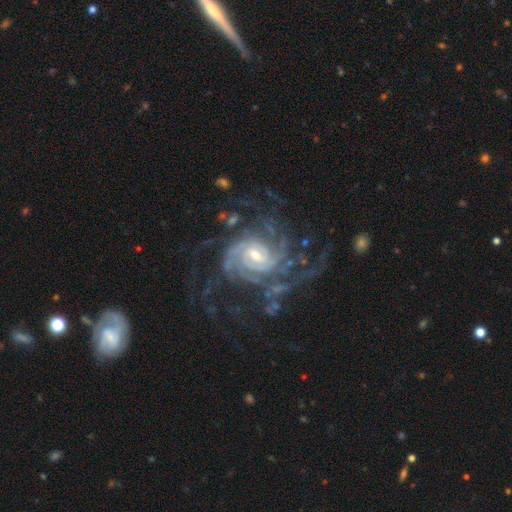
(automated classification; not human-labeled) A featured or disk galaxy (92%) with a weak bar (49%), 4 (23%) tight (65%) spiral arms (98%) and a moderate central bulge (55%).

Vote fractions:
- Smooth or featured? featured or disk: 92% / star or artifact: 5% / smooth: 3%
- Edge-on disk? no: 98% / yes: 2%
- Bar? weak: 49% / no: 32% / strong: 19%
- Spiral arms? yes: 98% / no: 2%
- Spiral winding? tight: 65% / medium: 28% / loose: 6%
- Spiral arm count? 4: 23% / can't tell: 21% / 3: 18% / 2: 16% / more than 4: 15% / 1: 9%
- Bulge size? moderate: 55% / small: 37% / large: 5% / none: 2% / dominant: 1%
- Merging? none: 59% / major disturbance: 21% / minor disturbance: 17% / merger: 3%